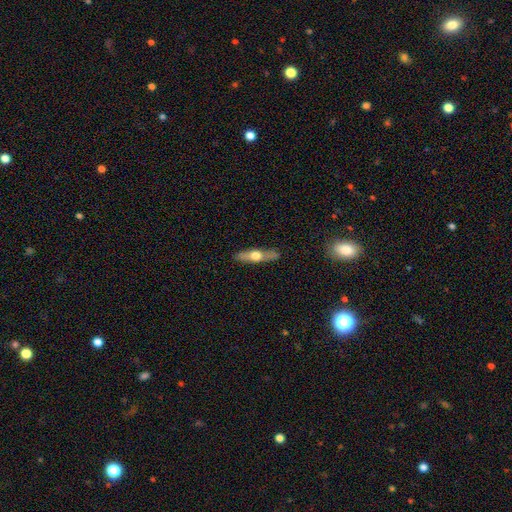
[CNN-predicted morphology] A featured or disk galaxy (53%) viewed edge-on (87%). Merging: none (88%).